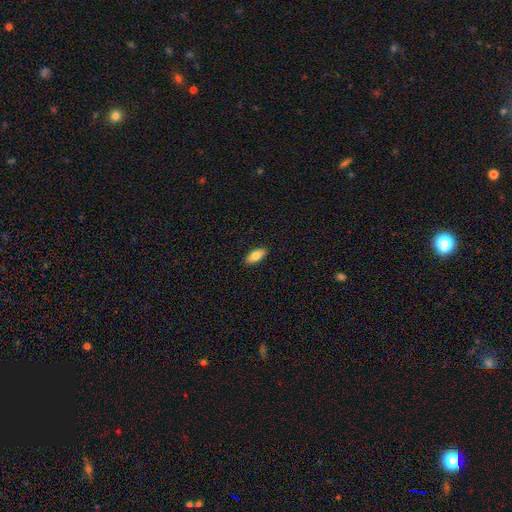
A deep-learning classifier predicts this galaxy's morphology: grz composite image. It shows a smooth galaxy with no disk features (80%) that is in between round and cigar-shaped (87%). Merging: none (90%).